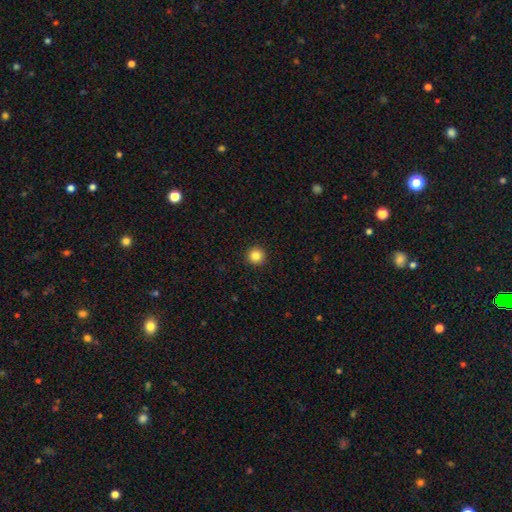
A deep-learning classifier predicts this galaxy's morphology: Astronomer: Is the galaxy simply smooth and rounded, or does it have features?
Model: smooth — 84%.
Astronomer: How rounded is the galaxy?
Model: round — 96%.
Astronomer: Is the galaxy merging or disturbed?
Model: none — 93%.